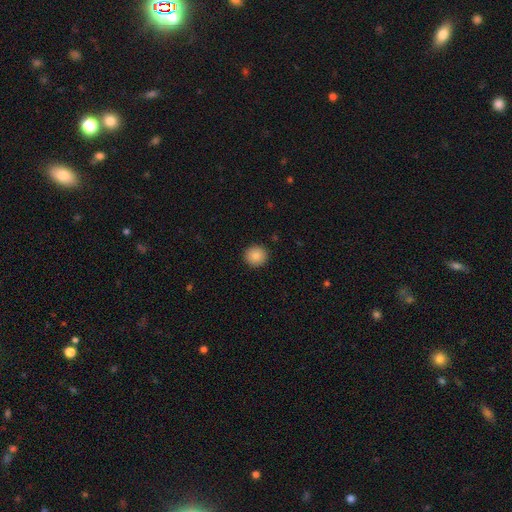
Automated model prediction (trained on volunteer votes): A smooth galaxy with no disk features (87%) that is round (93%).

Vote fractions:
- Smooth or featured? smooth: 87% / star or artifact: 9% / featured or disk: 4%
- How rounded? round: 93% / in between: 6% / cigar-shaped: 1%
- Merging? none: 92% / minor disturbance: 5% / major disturbance: 2% / merger: 1%